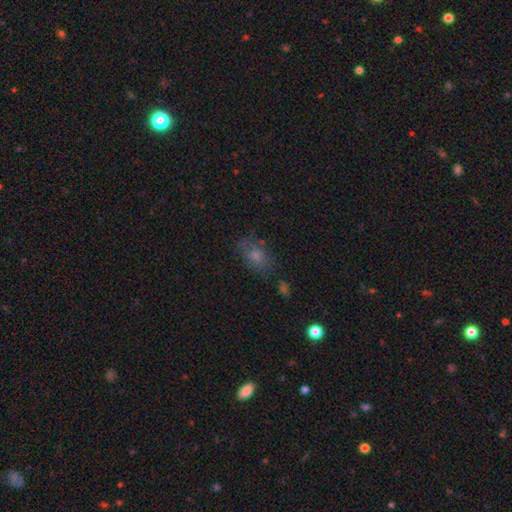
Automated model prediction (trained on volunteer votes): The model was most divided on "merging": none: 66%, minor disturbance: 21%, major disturbance: 9%, merger: 4%. More confident: how rounded — in between (77%); smooth or featured — smooth (68%).